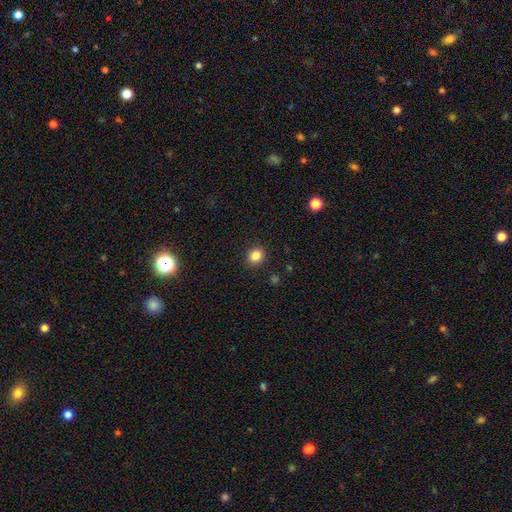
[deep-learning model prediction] The model was most divided on "how rounded": round: 73%, in between: 26%, cigar-shaped: 1%. More confident: merging — none (90%); smooth or featured — smooth (84%).